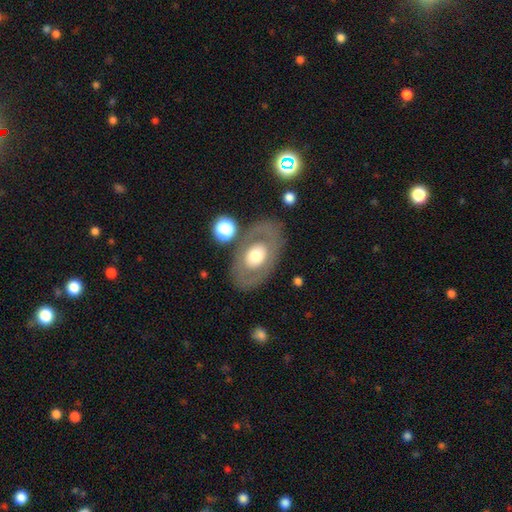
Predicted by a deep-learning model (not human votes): smooth_or_featured: featured or disk (p=0.50) [alt: smooth p=0.43]
disk_edge_on: no (p=0.90) [alt: yes p=0.10]
merging: none (p=0.79) [alt: minor disturbance p=0.11]